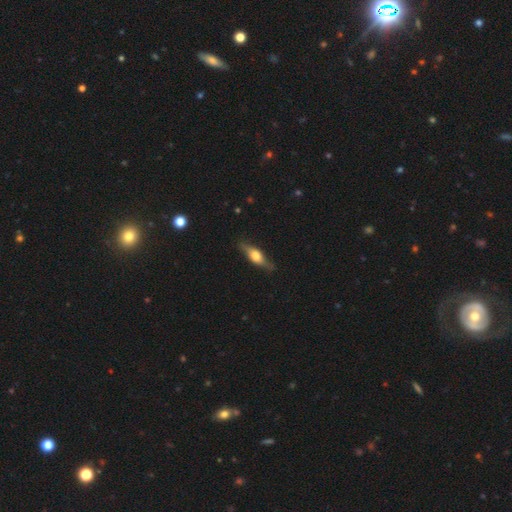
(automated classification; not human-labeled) Q: Smooth or featured?
A: featured or disk (48%); runner-up: smooth (46%)
Q: Merging?
A: none (79%); runner-up: minor disturbance (16%)